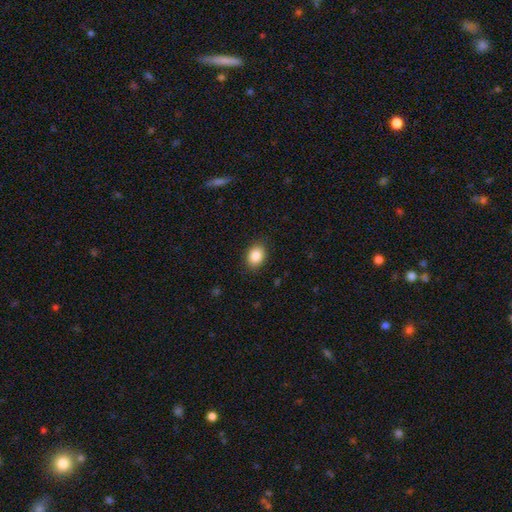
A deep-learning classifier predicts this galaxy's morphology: smooth_or_featured: smooth (p=0.87) [alt: star or artifact p=0.08]
how_rounded: in between (p=0.64) [alt: round p=0.35]
merging: none (p=0.86) [alt: minor disturbance p=0.10]